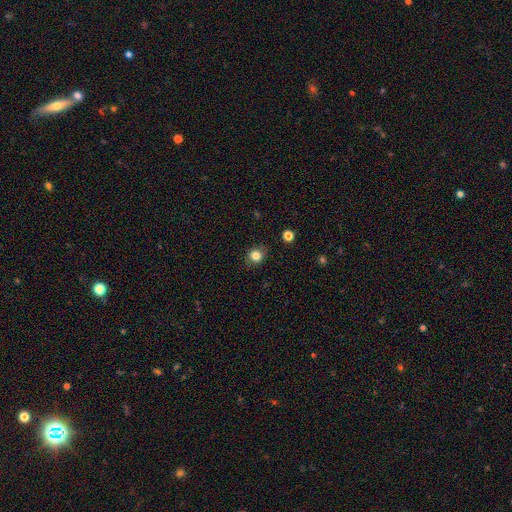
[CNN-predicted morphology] A smooth galaxy with no disk features (82%) that is round (74%).

Vote fractions:
- Smooth or featured? smooth: 82% / star or artifact: 12% / featured or disk: 7%
- How rounded? round: 74% / in between: 25% / cigar-shaped: 1%
- Merging? none: 84% / minor disturbance: 12% / major disturbance: 3% / merger: 1%